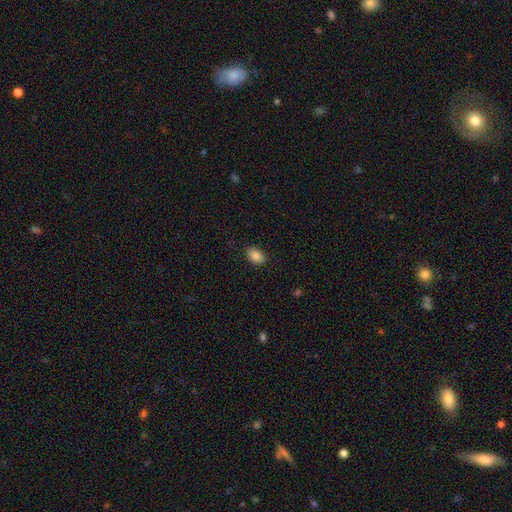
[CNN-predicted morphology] Q: Smooth or featured?
A: smooth (87%); runner-up: star or artifact (8%)
Q: How rounded?
A: in between (85%); runner-up: round (14%)
Q: Merging?
A: none (87%); runner-up: minor disturbance (9%)